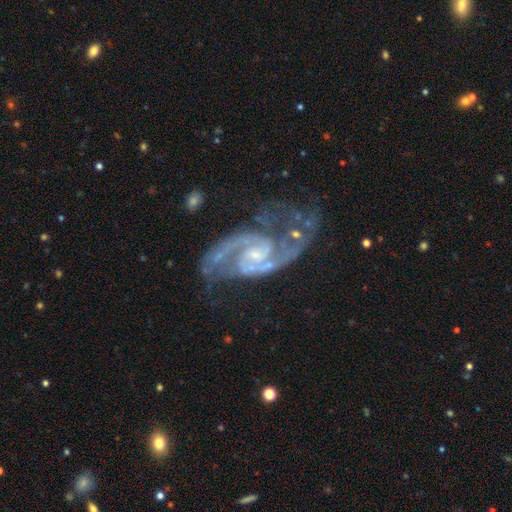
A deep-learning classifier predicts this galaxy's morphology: featured or disk 93%, star or artifact 4%, smooth 3%. Down the decision tree: edge-on disk — no (98%); bar — weak (47%); spiral arms — yes (98%); spiral arm count — 2 (92%); spiral winding — medium (62%); bulge size — small (62%); merging — none (56%).